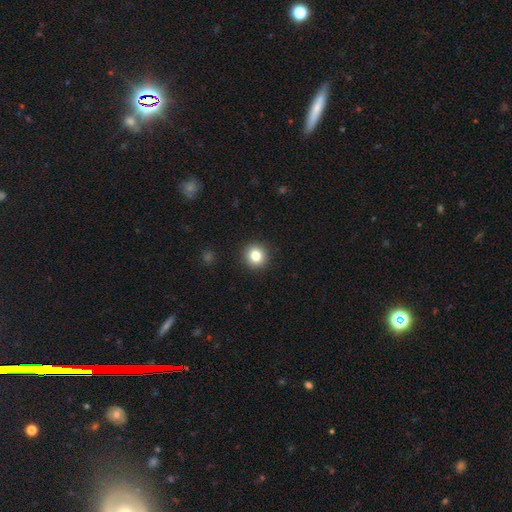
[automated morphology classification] Smooth or featured? smooth (81%)
How rounded? round (93%)
Merging? none (92%)